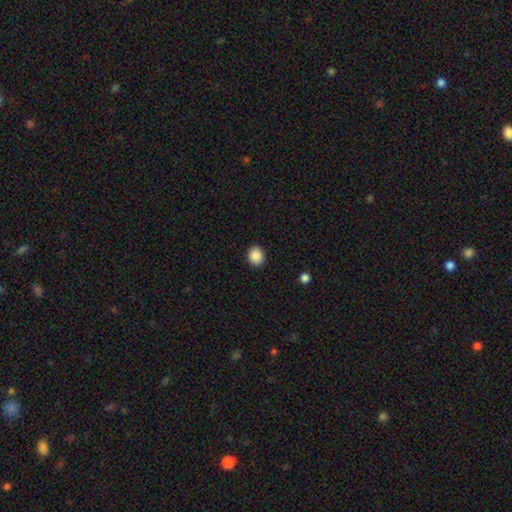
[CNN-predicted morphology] This appears to be a smooth galaxy with no disk features (88%) that is round (72%). Merging: none (90%).